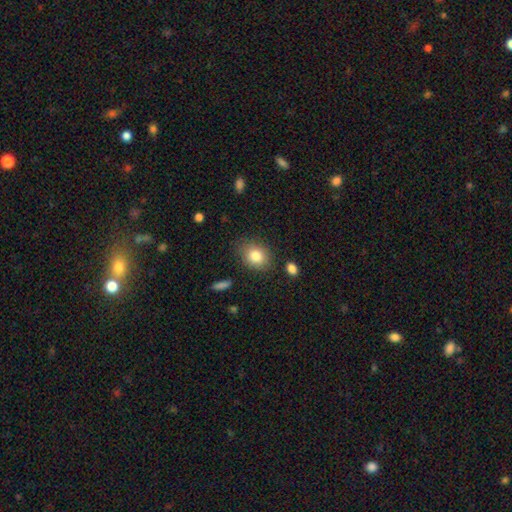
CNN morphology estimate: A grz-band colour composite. It shows a smooth galaxy with no disk features (83%) that is round (50%). Merging: none (81%).